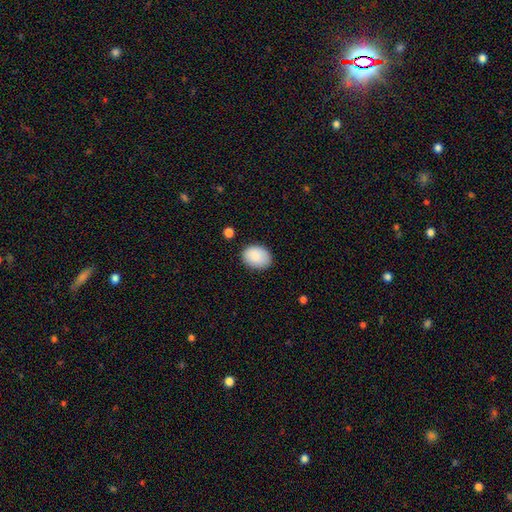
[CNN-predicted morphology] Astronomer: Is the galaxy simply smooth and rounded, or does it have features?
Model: smooth — 89%.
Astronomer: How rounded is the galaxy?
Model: in between — 70%.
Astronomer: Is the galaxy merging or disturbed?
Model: none — 83%.